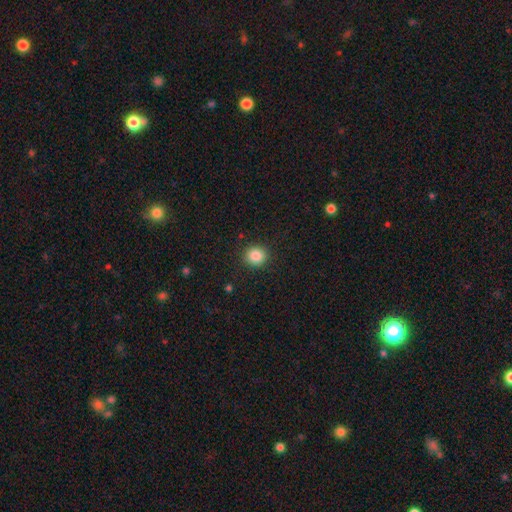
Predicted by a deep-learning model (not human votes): smooth 86%, star or artifact 10%, featured or disk 4%. Down the decision tree: how rounded — round (86%); merging — none (90%).